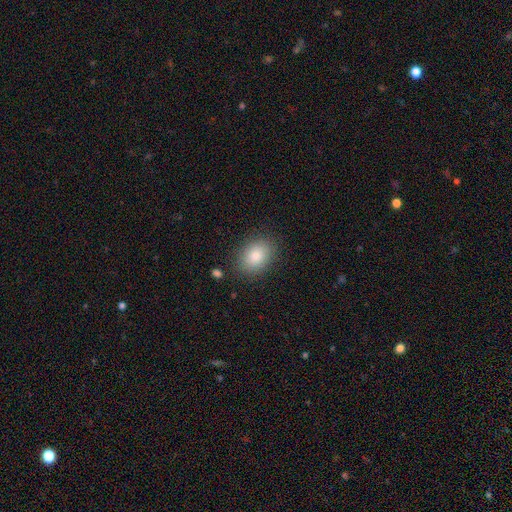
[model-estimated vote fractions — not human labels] Overall: smooth (84%). How rounded: in between (71%). Merging: none (84%).